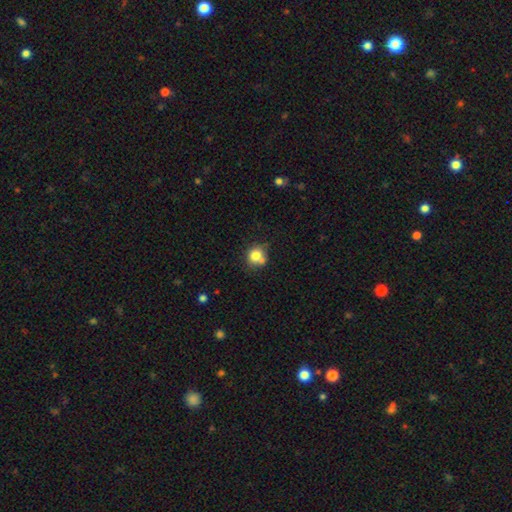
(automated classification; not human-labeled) This appears to be a smooth galaxy with no disk features (78%) that is round (83%). Merging: none (59%).